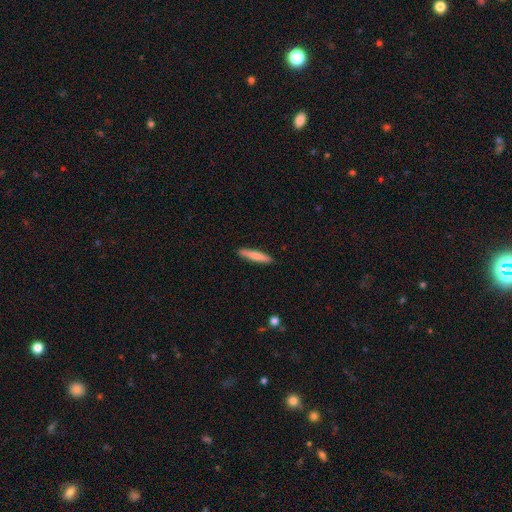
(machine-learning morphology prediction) This appears to be a smooth galaxy with no disk features (77%) that is cigar-shaped (91%). Merging: none (89%).